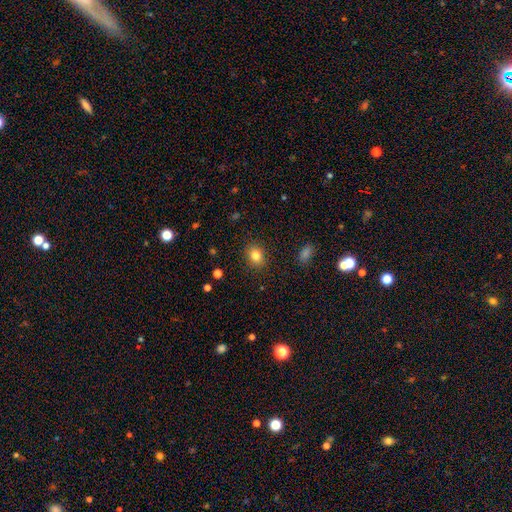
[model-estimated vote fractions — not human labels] smooth-or-featured: smooth: 83% | star or artifact: 10% | featured or disk: 7%
  how-rounded: in between: 51% | round: 48% | cigar-shaped: 1%
  merging: none: 89% | minor disturbance: 8% | major disturbance: 2% | merger: 1%